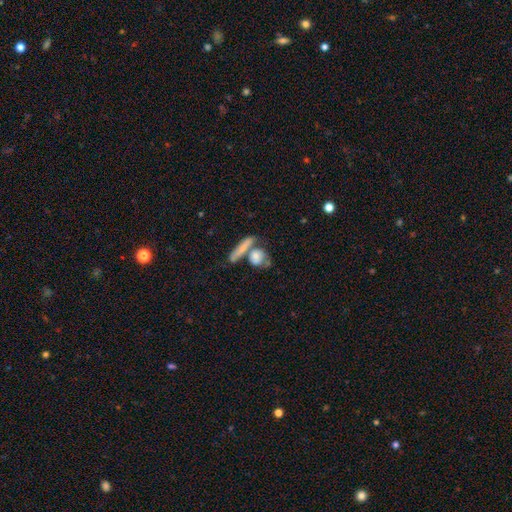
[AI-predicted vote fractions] Smooth or featured?
  - smooth: 60% *
  - featured or disk: 31%
  - star or artifact: 9%
How rounded?
  - round: 40% *
  - in between: 37%
  - cigar-shaped: 23%
Merging?
  - none: 42% *
  - merger: 37%
  - minor disturbance: 13%
  - major disturbance: 7%